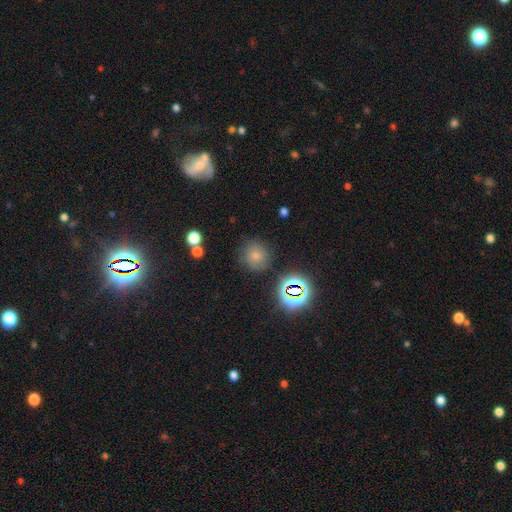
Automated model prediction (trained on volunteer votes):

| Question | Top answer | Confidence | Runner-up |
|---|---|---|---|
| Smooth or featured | smooth | 69% | star or artifact (20%) |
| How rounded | round | 90% | in between (9%) |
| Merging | none | 81% | minor disturbance (12%) |